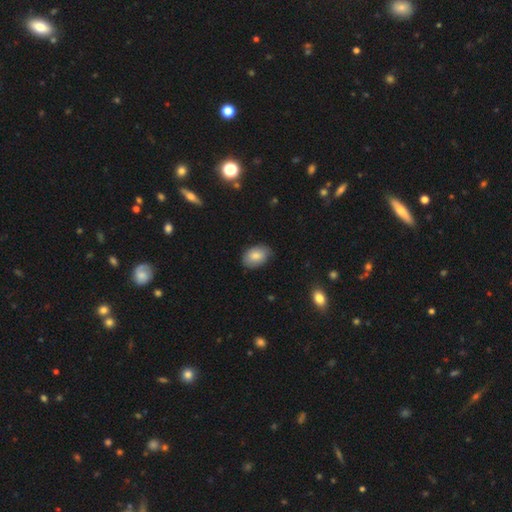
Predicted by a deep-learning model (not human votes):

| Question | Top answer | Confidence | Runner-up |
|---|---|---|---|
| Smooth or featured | smooth | 82% | featured or disk (11%) |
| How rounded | in between | 87% | round (12%) |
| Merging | none | 80% | minor disturbance (16%) |